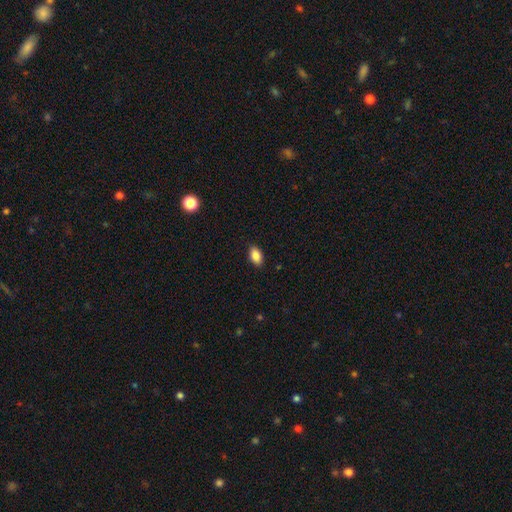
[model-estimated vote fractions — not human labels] Morphology: type=smooth (88%); roundness=in between (92%); merging=none (88%).